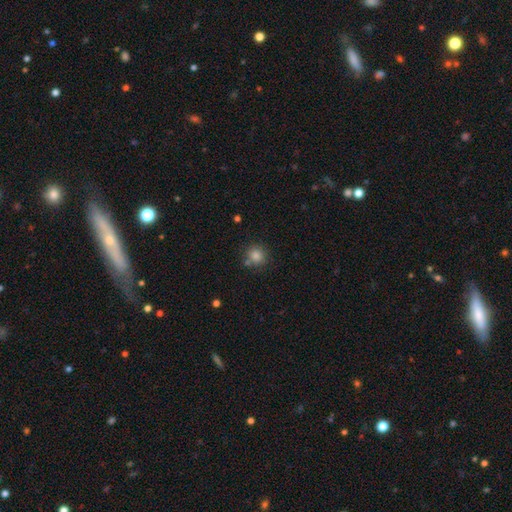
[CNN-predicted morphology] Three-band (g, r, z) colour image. It shows a smooth galaxy with no disk features (83%) that is round (90%). Merging: none (79%).